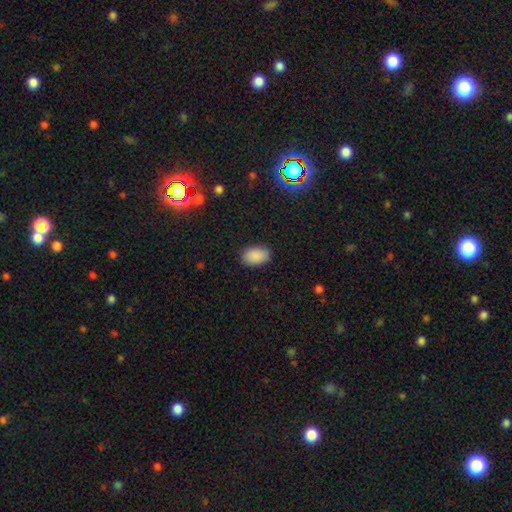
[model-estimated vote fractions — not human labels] smooth 90%, star or artifact 7%, featured or disk 3%. Down the decision tree: how rounded — in between (91%); merging — none (87%).